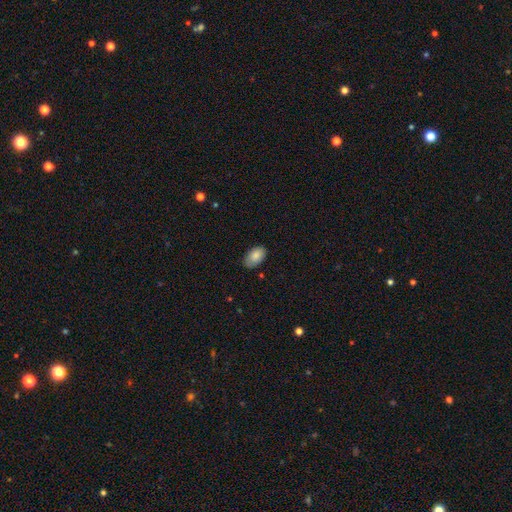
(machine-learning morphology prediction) Smooth or featured? Predicted: smooth (p=0.84). How rounded? Predicted: in between (p=0.93). Merging? Predicted: none (p=0.77).